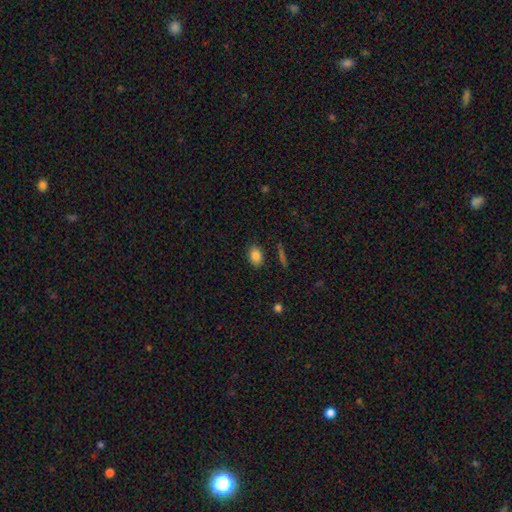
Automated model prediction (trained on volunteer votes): Morphology: type=smooth (83%); roundness=in between (75%); merging=none (85%).